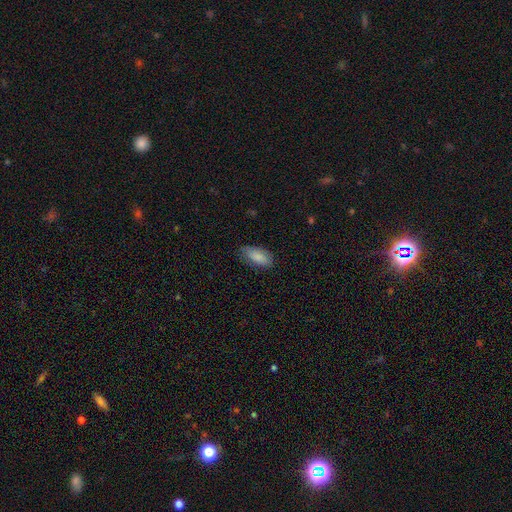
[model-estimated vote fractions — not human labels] Smooth or featured?
  - smooth: 86% *
  - featured or disk: 8%
  - star or artifact: 6%
How rounded?
  - in between: 89% *
  - cigar-shaped: 9%
  - round: 2%
Merging?
  - none: 76% *
  - minor disturbance: 19%
  - major disturbance: 4%
  - merger: 1%